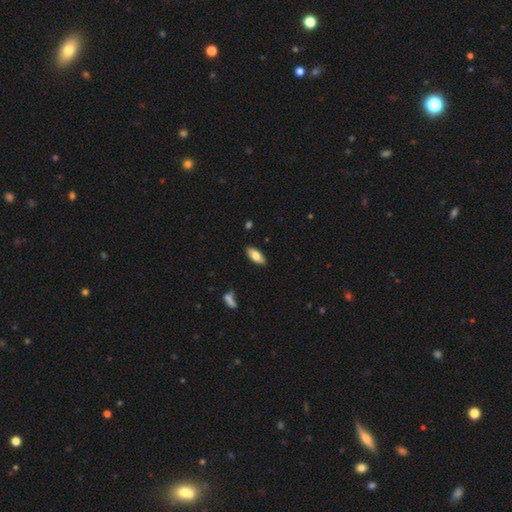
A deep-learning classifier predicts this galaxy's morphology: Smooth or featured? Predicted: smooth (p=0.77). How rounded? Predicted: in between (p=0.84). Merging? Predicted: none (p=0.87).